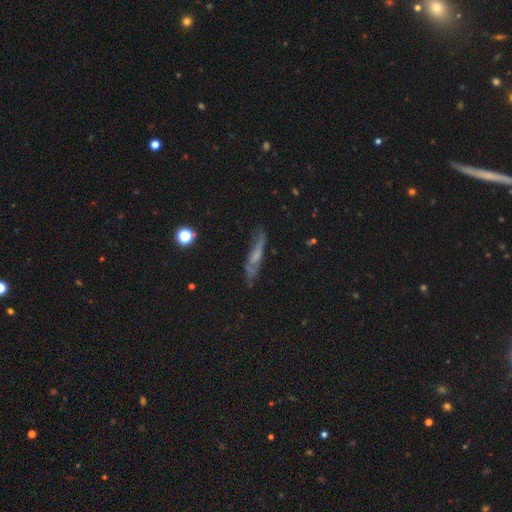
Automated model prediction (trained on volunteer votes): Q: Smooth or featured?
A: featured or disk (51%); runner-up: smooth (36%)
Q: Edge-on disk?
A: yes (61%); runner-up: no (39%)
Q: Merging?
A: none (67%); runner-up: minor disturbance (21%)